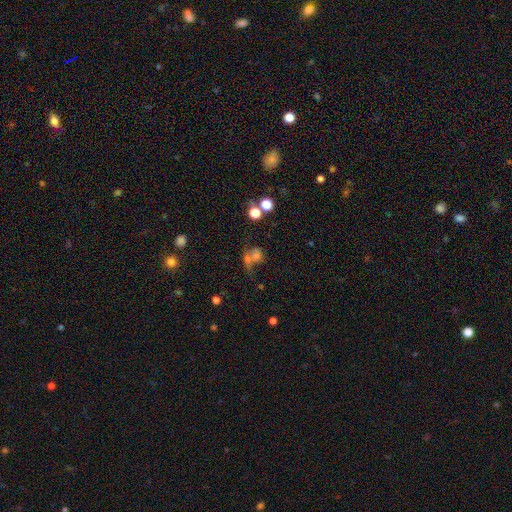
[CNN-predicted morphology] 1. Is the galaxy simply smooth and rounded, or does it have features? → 58% smooth, 21% star or artifact, 21% featured or disk.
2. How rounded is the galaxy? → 68% round, 30% in between, 2% cigar-shaped.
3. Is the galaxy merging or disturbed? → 44% merger, 30% none, 15% major disturbance, 11% minor disturbance.